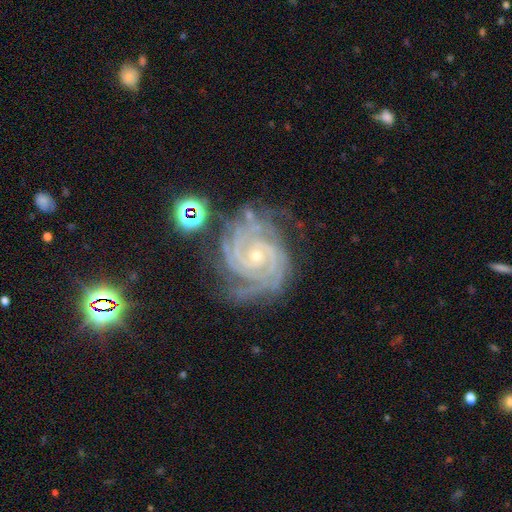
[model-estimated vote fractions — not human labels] A featured or disk galaxy (92%) with no bar (68%), 3 (28%) tight (81%) spiral arms (99%) and a small central bulge (75%).

Vote fractions:
- Smooth or featured? featured or disk: 92% / star or artifact: 5% / smooth: 3%
- Edge-on disk? no: 98% / yes: 2%
- Bar? no: 68% / weak: 22% / strong: 10%
- Spiral arms? yes: 99% / no: 1%
- Spiral winding? tight: 81% / medium: 17% / loose: 2%
- Spiral arm count? 3: 28% / 2: 23% / 4: 21% / can't tell: 12% / more than 4: 9% / 1: 7%
- Bulge size? small: 75% / moderate: 22% / none: 1% / large: 1% / dominant: 1%
- Merging? none: 67% / minor disturbance: 22% / major disturbance: 8% / merger: 3%